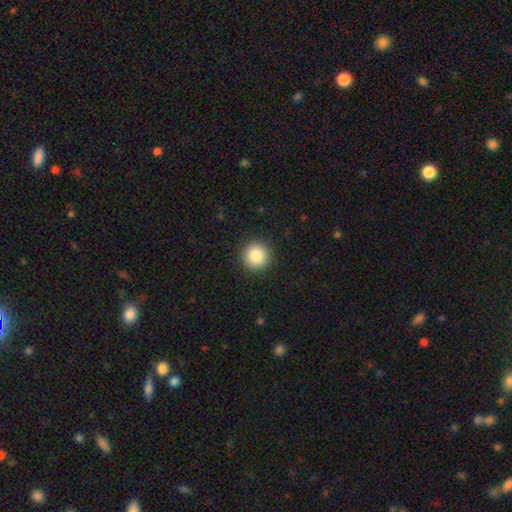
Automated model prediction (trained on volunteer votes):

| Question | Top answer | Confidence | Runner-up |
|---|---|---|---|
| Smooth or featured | smooth | 87% | star or artifact (9%) |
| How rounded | round | 95% | in between (4%) |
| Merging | none | 92% | minor disturbance (5%) |